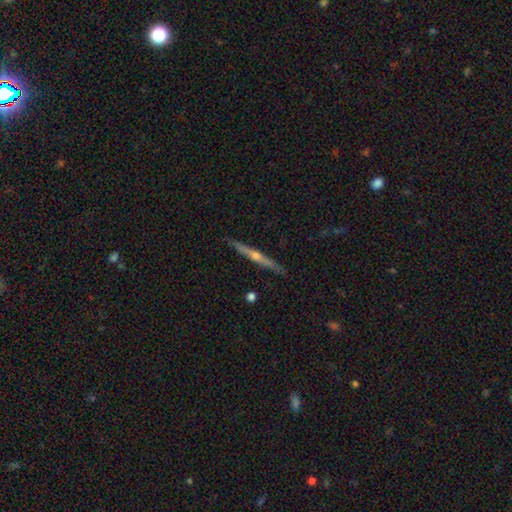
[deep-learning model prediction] Smooth or featured?
  - featured or disk: 79% *
  - smooth: 15%
  - star or artifact: 6%
Edge-on disk?
  - yes: 98% *
  - no: 2%
Edge-on bulge?
  - rounded: 86% *
  - none: 10%
  - boxy: 4%
Merging?
  - none: 91% *
  - minor disturbance: 7%
  - major disturbance: 1%
  - merger: 1%